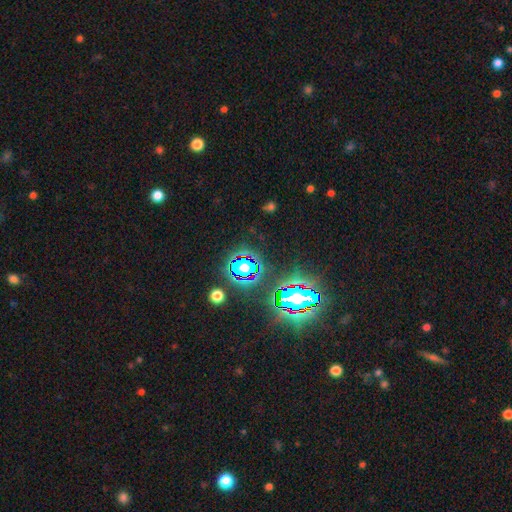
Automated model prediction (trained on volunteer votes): Smooth or featured?
  - star or artifact: 80% *
  - smooth: 12%
  - featured or disk: 8%